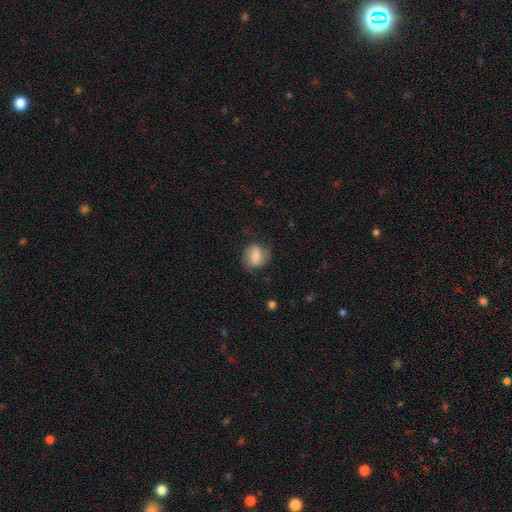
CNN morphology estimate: Smooth or featured: smooth — 50% (featured or disk — 42%)
Merging: none — 71% (minor disturbance — 19%)